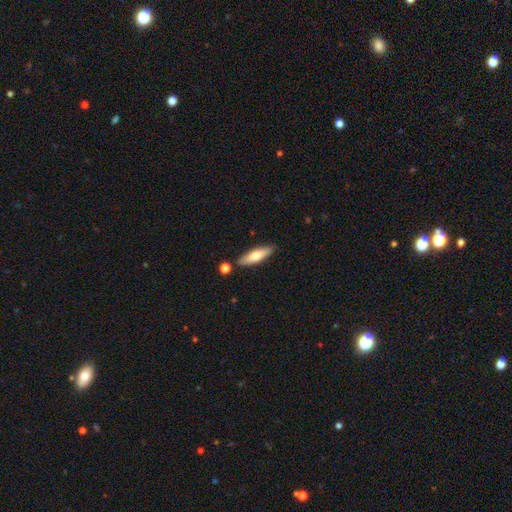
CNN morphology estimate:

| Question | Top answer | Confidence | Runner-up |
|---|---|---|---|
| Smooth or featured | smooth | 65% | featured or disk (29%) |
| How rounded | cigar-shaped | 58% | in between (40%) |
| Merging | none | 83% | minor disturbance (10%) |